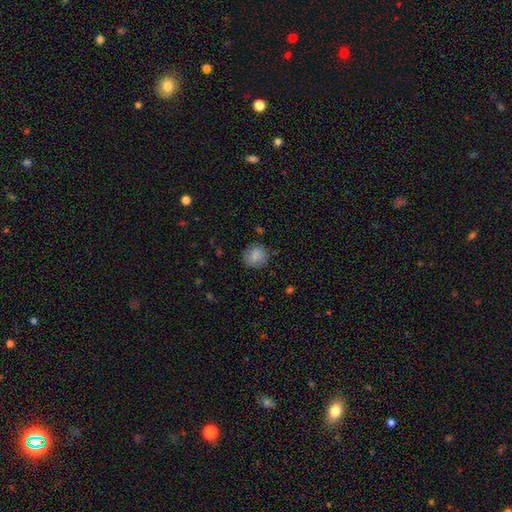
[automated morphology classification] Smooth or featured? Predicted: smooth (p=0.82). How rounded? Predicted: round (p=0.84). Merging? Predicted: none (p=0.79).